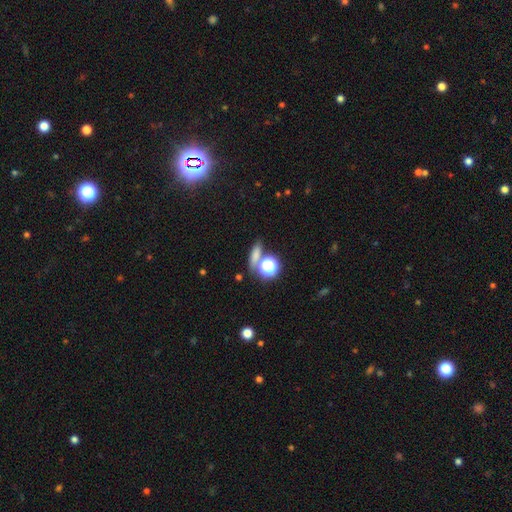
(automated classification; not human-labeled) This appears to be a smooth galaxy with no disk features (64%) that is round (36%). Merging: none (70%).